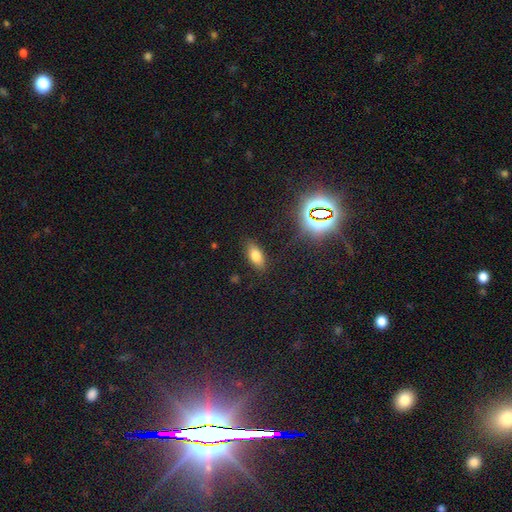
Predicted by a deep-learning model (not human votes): The model was most divided on "smooth or featured": smooth: 75%, star or artifact: 14%, featured or disk: 11%. More confident: merging — none (85%); how rounded — in between (84%).